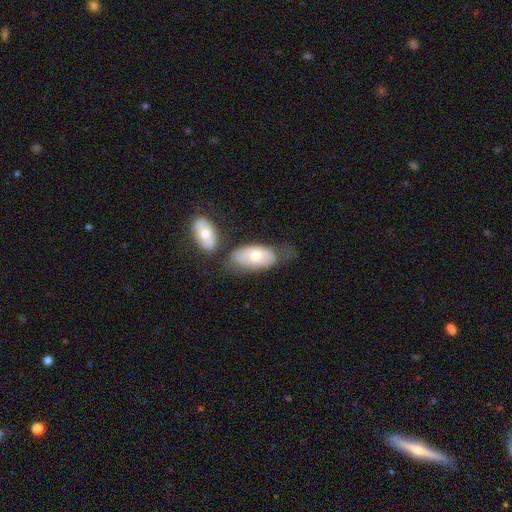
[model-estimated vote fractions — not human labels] Overall: smooth (62%; featured or disk 32%). How rounded: in between (91%). Merging: none (44%; merger 23%).